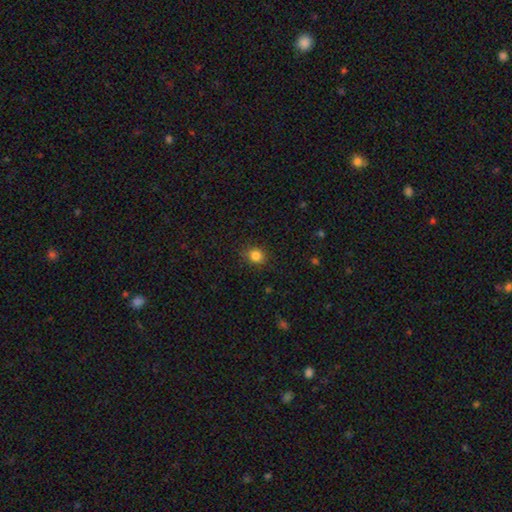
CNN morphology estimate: Smooth or featured? smooth (84%)
How rounded? round (79%)
Merging? none (84%)